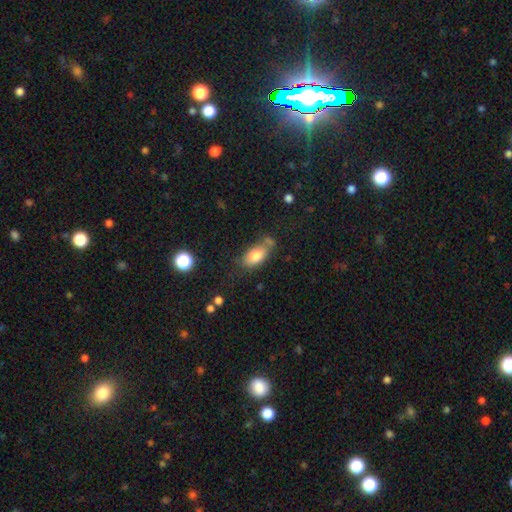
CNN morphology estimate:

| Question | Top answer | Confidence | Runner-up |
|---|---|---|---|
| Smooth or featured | smooth | 78% | featured or disk (14%) |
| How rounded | in between | 88% | cigar-shaped (6%) |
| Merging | none | 54% | minor disturbance (24%) |